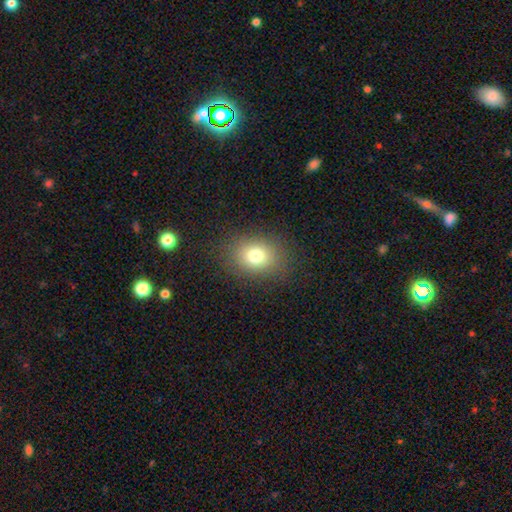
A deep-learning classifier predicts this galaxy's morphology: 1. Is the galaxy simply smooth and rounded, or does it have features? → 77% smooth, 14% star or artifact, 10% featured or disk.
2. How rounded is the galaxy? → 52% in between, 47% round, 1% cigar-shaped.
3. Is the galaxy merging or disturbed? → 86% none, 9% minor disturbance, 4% major disturbance, 1% merger.